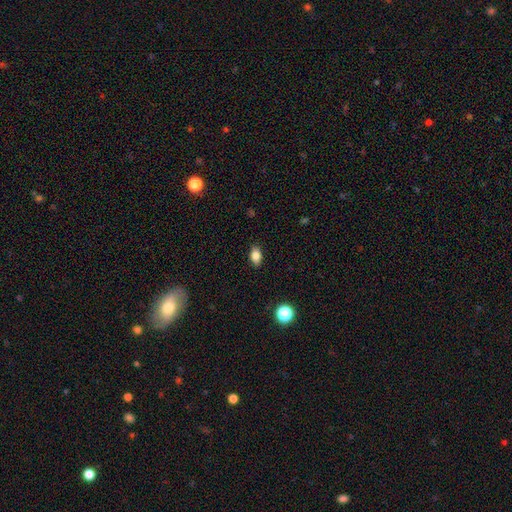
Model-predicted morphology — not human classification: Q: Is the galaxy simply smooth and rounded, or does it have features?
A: smooth — 84%.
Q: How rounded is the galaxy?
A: in between — 85%.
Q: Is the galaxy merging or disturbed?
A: none — 87%.